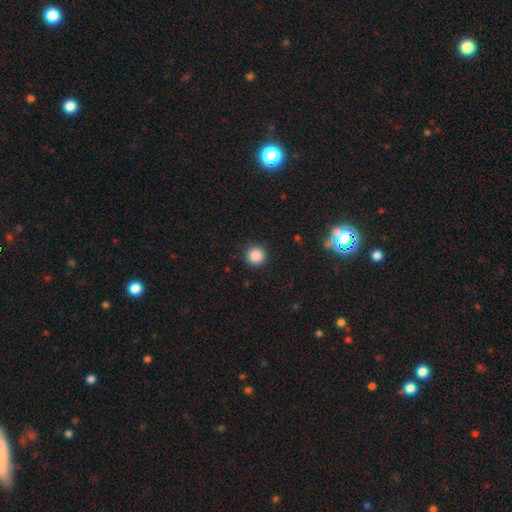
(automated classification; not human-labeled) Q: Smooth or featured?
A: smooth (87%); runner-up: star or artifact (10%)
Q: How rounded?
A: round (95%); runner-up: in between (4%)
Q: Merging?
A: none (91%); runner-up: minor disturbance (6%)